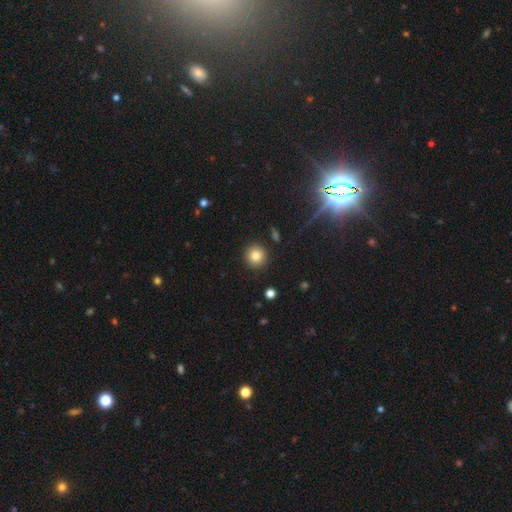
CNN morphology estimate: Overall: smooth (82%). How rounded: round (94%). Merging: none (91%).